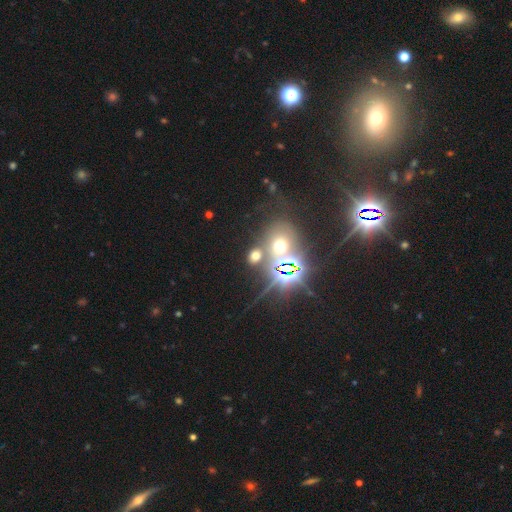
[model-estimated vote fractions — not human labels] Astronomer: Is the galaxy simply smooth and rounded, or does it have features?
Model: star or artifact — 44%, tied with smooth at 44%.